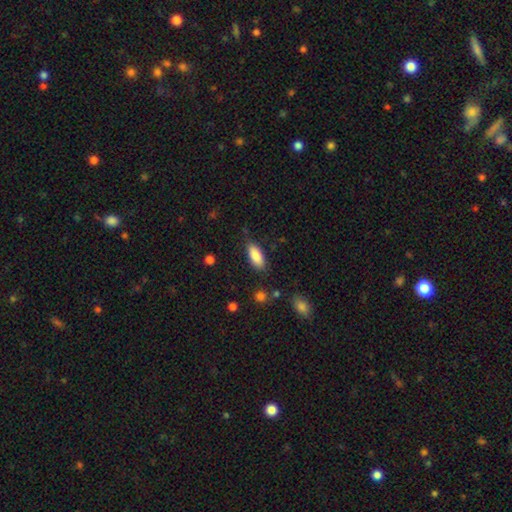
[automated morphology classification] Q: Smooth or featured?
A: smooth (87%); runner-up: featured or disk (7%)
Q: How rounded?
A: in between (83%); runner-up: cigar-shaped (15%)
Q: Merging?
A: none (79%); runner-up: minor disturbance (15%)